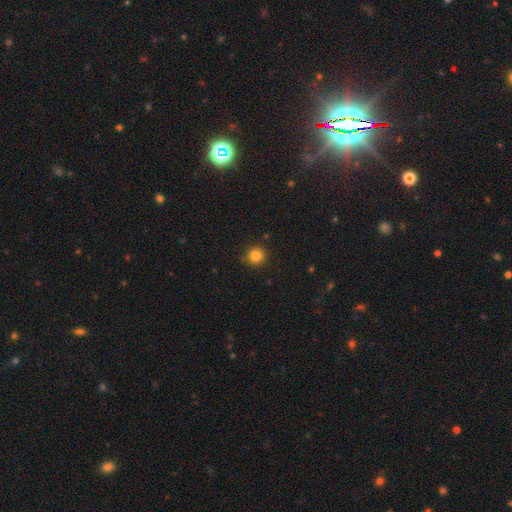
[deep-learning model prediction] smooth_or_featured: smooth (p=0.83) [alt: star or artifact p=0.12]
how_rounded: round (p=0.94) [alt: in between p=0.05]
merging: none (p=0.90) [alt: minor disturbance p=0.07]